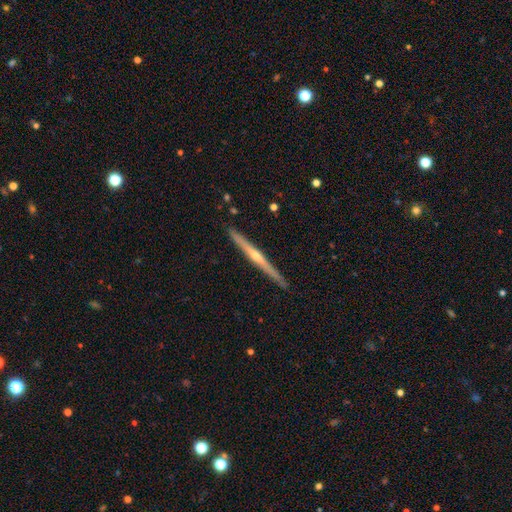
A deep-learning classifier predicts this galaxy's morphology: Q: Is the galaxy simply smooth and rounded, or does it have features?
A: featured or disk — 80%.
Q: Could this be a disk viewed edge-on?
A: yes — 98%.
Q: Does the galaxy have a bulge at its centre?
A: rounded — 82%.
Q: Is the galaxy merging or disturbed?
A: none — 92%.